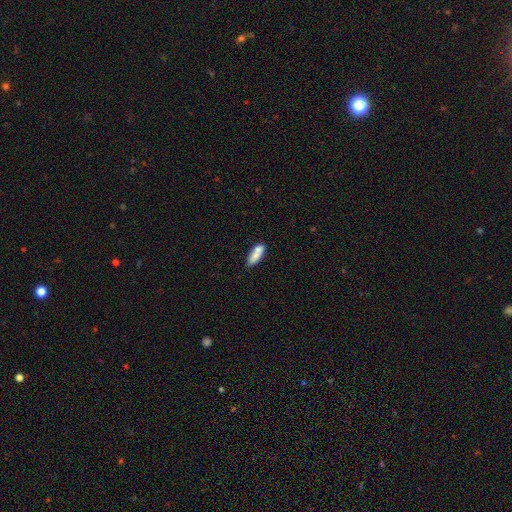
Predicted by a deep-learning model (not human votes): smooth_or_featured: smooth (p=0.77) [alt: featured or disk p=0.16]
how_rounded: in between (p=0.61) [alt: cigar-shaped p=0.36]
merging: none (p=0.53) [alt: merger p=0.23]